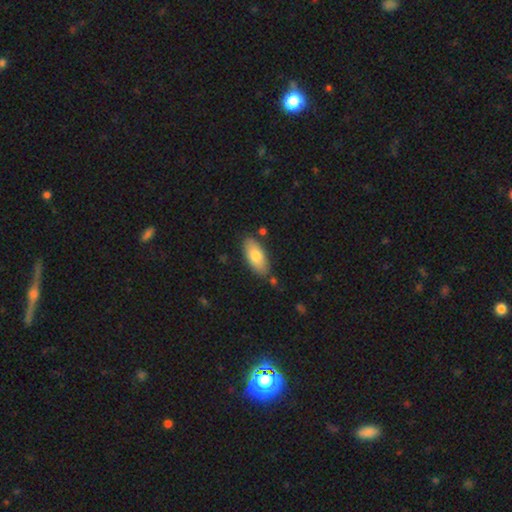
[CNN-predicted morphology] A smooth galaxy with no disk features (76%) that is in between round and cigar-shaped (87%). Merging: none (81%).